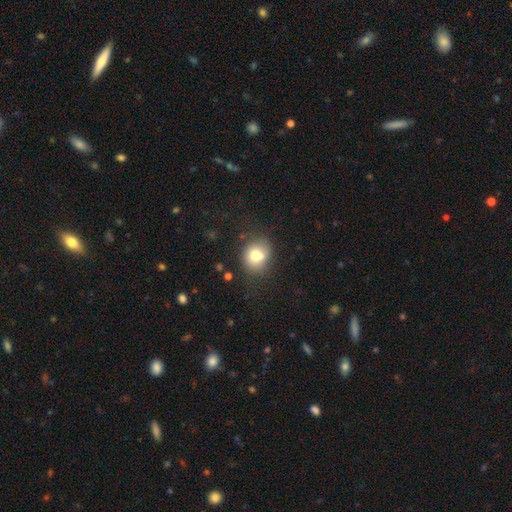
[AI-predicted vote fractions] Smooth or featured: smooth — 73% (featured or disk — 16%)
How rounded: round — 72% (in between — 27%)
Merging: none — 67% (minor disturbance — 18%)